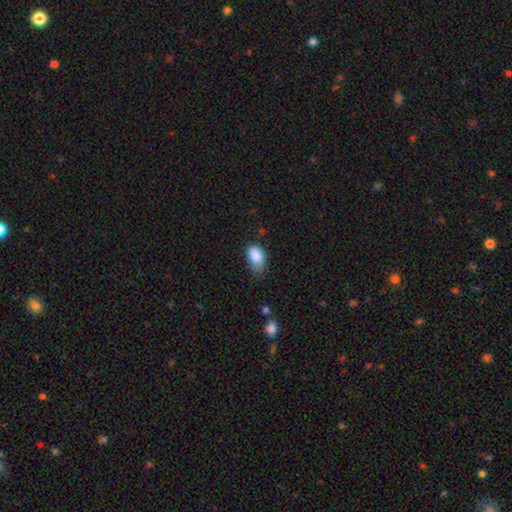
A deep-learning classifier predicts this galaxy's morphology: Q: Smooth or featured?
A: smooth (86%); runner-up: star or artifact (8%)
Q: How rounded?
A: in between (91%); runner-up: round (8%)
Q: Merging?
A: none (50%); runner-up: minor disturbance (38%)